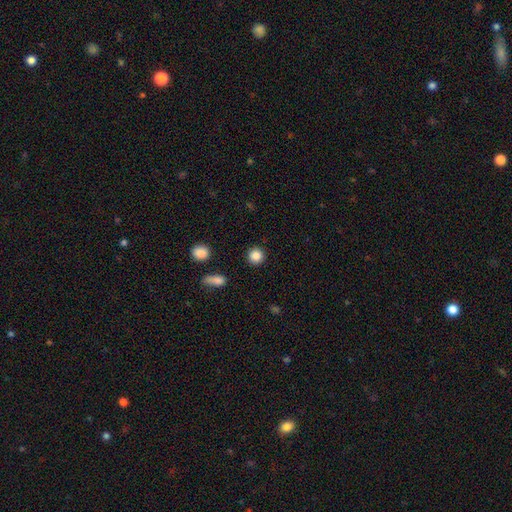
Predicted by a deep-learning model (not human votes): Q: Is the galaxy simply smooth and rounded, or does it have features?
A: smooth — 87%.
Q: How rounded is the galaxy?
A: round — 94%.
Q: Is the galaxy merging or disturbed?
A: none — 91%.